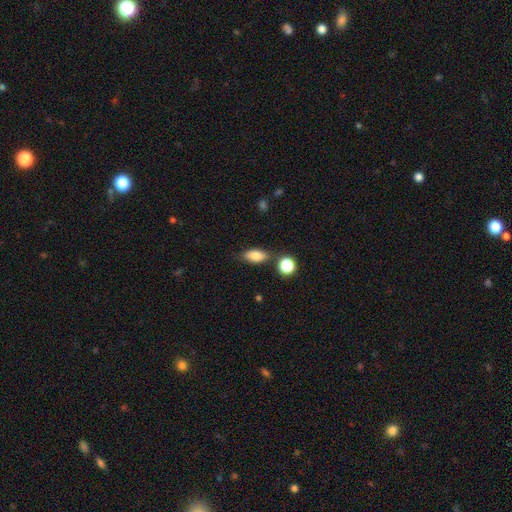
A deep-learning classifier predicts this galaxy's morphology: This appears to be a smooth galaxy with no disk features (81%) that is in between round and cigar-shaped (83%). Merging: none (73%).